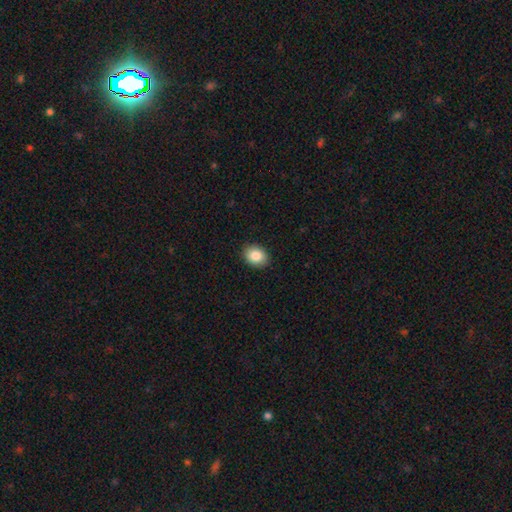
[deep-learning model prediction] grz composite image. It shows a smooth galaxy with no disk features (86%) that is in between round and cigar-shaped (58%). Merging: none (91%).